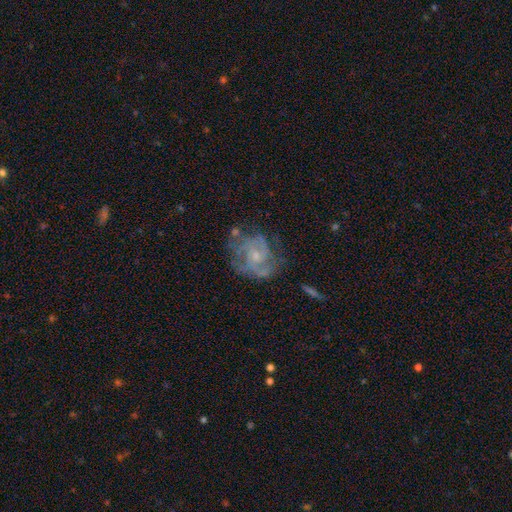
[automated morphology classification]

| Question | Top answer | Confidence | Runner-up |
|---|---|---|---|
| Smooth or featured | featured or disk | 77% | smooth (15%) |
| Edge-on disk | no | 98% | yes (2%) |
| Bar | no | 70% | weak (26%) |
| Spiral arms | yes | 83% | no (17%) |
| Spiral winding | tight | 43% | medium (41%) |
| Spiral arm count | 2 | 34% | can't tell (33%) |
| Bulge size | small | 61% | moderate (29%) |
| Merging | none | 55% | minor disturbance (23%) |